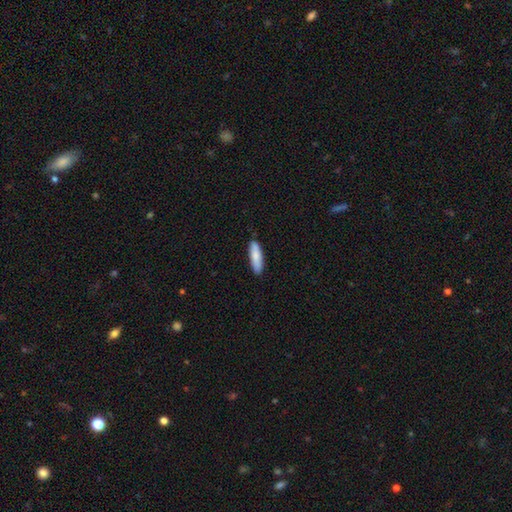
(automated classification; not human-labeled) A smooth galaxy with no disk features (84%) that is cigar-shaped (61%).

Vote fractions:
- Smooth or featured? smooth: 84% / featured or disk: 11% / star or artifact: 5%
- How rounded? cigar-shaped: 61% / in between: 37% / round: 2%
- Merging? none: 88% / minor disturbance: 10% / major disturbance: 2% / merger: 1%